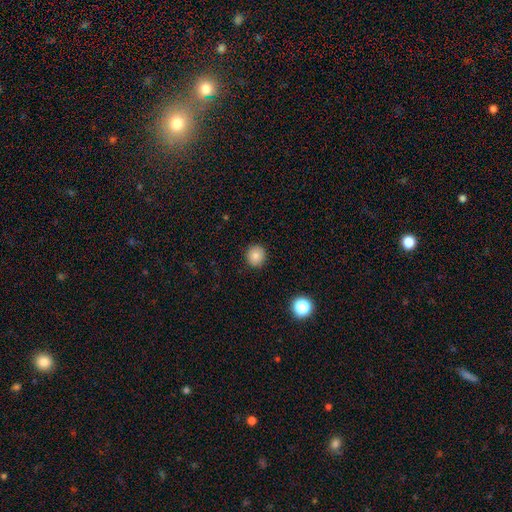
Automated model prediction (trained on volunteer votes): This is clearly a smooth galaxy (83%). How rounded: clearly round (88%). Merging: clearly none (91%).